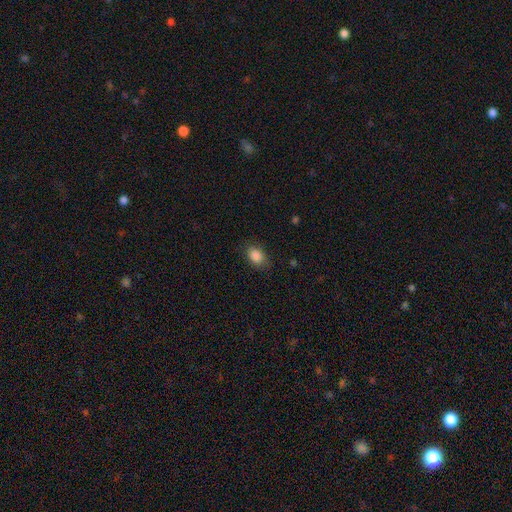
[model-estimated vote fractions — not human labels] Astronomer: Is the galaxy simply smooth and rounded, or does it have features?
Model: smooth — 87%.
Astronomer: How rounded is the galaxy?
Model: in between — 80%.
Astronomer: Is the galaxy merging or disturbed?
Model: none — 80%.